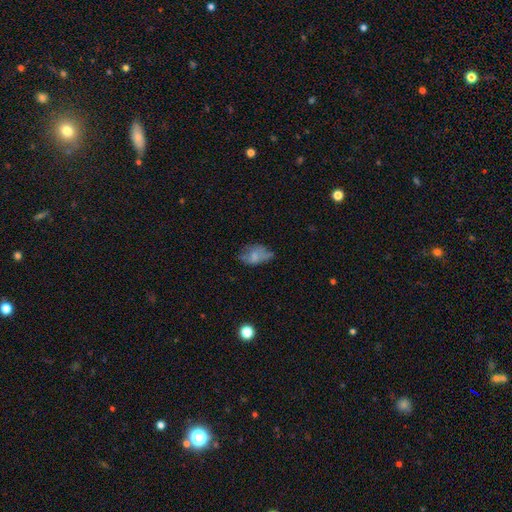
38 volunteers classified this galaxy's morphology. Smooth or featured? smooth (58%)
How rounded? in between (86%)
Merging? none (43%, tied with minor disturbance)